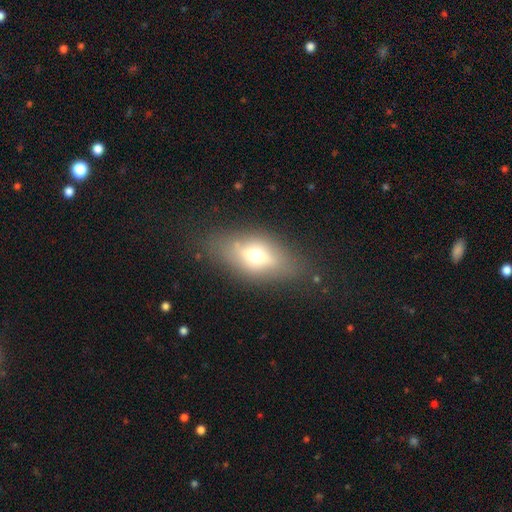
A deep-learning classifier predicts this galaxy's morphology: This appears to be a smooth galaxy with no disk features (56%) that is in between round and cigar-shaped (78%). Merging: none (75%).